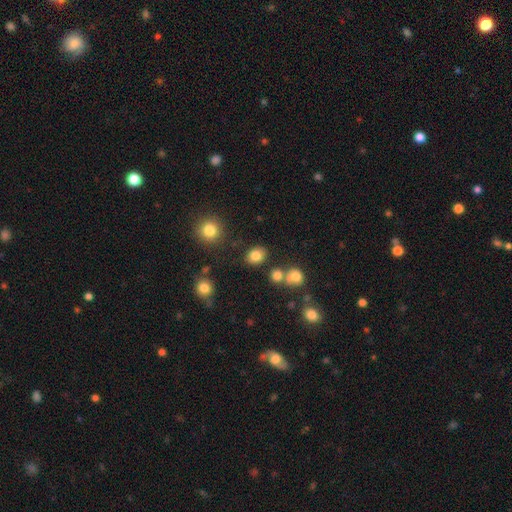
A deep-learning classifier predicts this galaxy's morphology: Smooth or featured?
  - smooth: 82% *
  - star or artifact: 11%
  - featured or disk: 6%
How rounded?
  - in between: 52% *
  - round: 47%
  - cigar-shaped: 1%
Merging?
  - none: 81% *
  - minor disturbance: 10%
  - merger: 6%
  - major disturbance: 3%